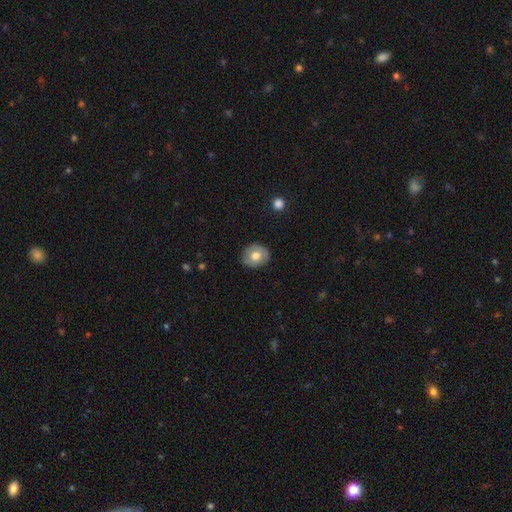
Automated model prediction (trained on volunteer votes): Smooth or featured? smooth (70%)
How rounded? round (71%)
Merging? none (83%)